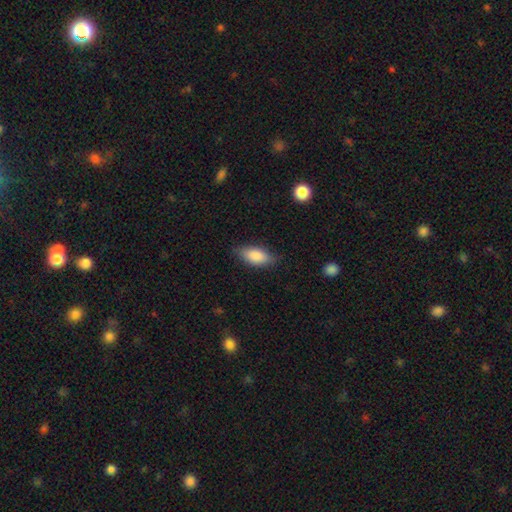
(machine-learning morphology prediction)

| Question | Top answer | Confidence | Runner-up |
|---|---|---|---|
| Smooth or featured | smooth | 85% | featured or disk (8%) |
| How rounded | in between | 87% | cigar-shaped (10%) |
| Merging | none | 79% | minor disturbance (16%) |